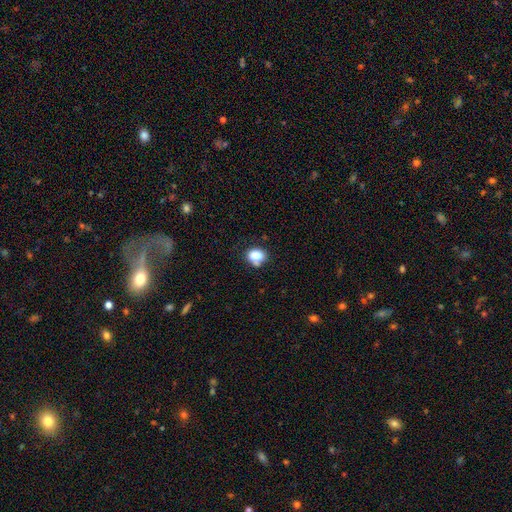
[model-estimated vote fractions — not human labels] smooth-or-featured: smooth: 83% | star or artifact: 10% | featured or disk: 7%
  how-rounded: round: 53% | in between: 46% | cigar-shaped: 1%
  merging: none: 56% | minor disturbance: 24% | merger: 13% | major disturbance: 7%